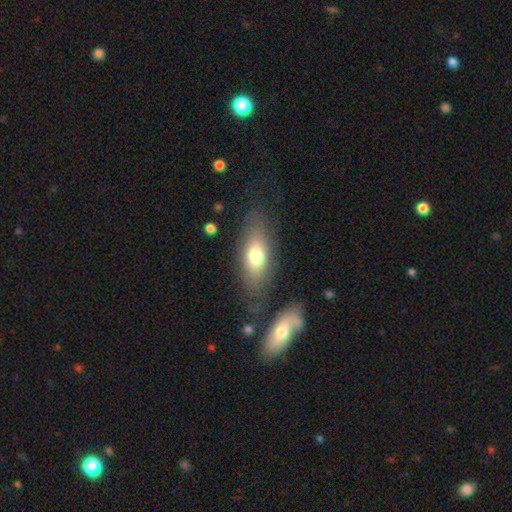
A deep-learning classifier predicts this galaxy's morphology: smooth_or_featured: smooth (p=0.70) [alt: featured or disk p=0.22]
how_rounded: in between (p=0.76) [alt: cigar-shaped p=0.18]
merging: none (p=0.71) [alt: minor disturbance p=0.15]